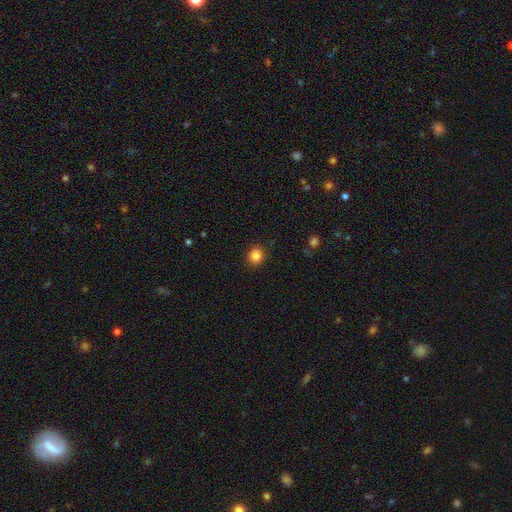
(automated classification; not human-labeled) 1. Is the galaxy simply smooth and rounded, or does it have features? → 85% smooth, 11% star or artifact, 4% featured or disk.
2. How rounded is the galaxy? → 82% round, 17% in between, 1% cigar-shaped.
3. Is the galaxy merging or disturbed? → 90% none, 7% minor disturbance, 2% major disturbance, 1% merger.